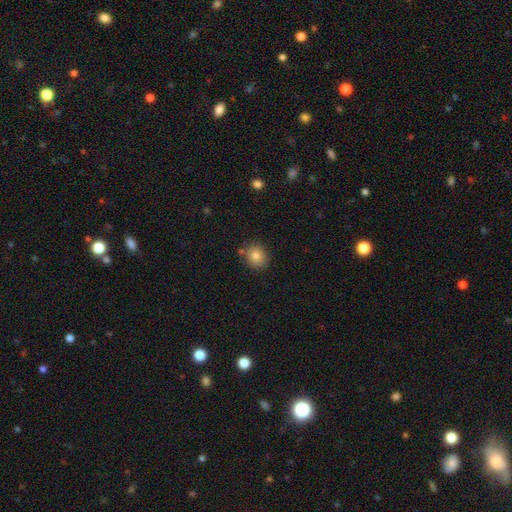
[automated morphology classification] Q: Smooth or featured?
A: smooth (82%); runner-up: star or artifact (10%)
Q: How rounded?
A: round (80%); runner-up: in between (19%)
Q: Merging?
A: none (81%); runner-up: minor disturbance (11%)